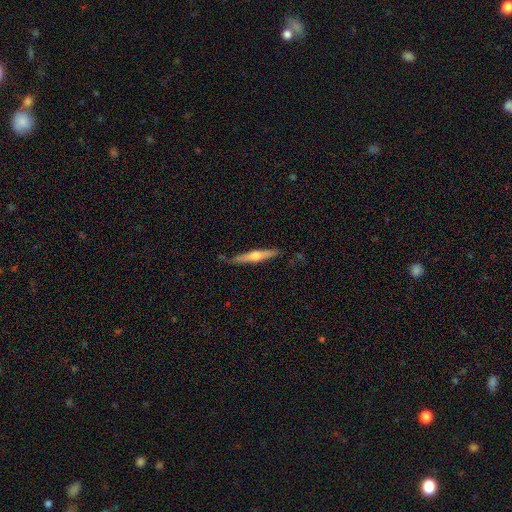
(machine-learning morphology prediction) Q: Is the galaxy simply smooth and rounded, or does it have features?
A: featured or disk — 56%.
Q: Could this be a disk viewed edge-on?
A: yes — 96%.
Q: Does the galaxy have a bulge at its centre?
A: rounded — 89%.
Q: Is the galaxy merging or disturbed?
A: none — 82%.